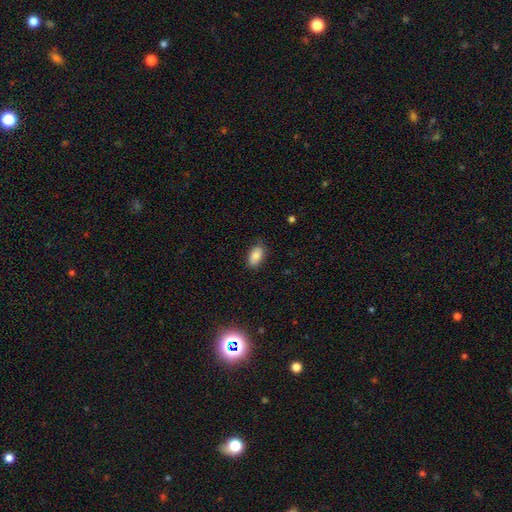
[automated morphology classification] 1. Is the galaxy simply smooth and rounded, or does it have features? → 85% smooth, 8% star or artifact, 7% featured or disk.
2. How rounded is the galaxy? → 92% in between, 6% round, 2% cigar-shaped.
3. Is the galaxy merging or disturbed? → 81% none, 15% minor disturbance, 3% major disturbance, 1% merger.